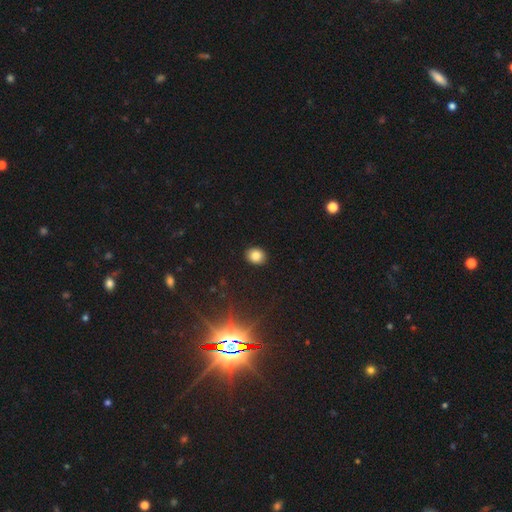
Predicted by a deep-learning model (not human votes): Smooth or featured: smooth — 82% (star or artifact — 12%)
How rounded: round — 59% (in between — 40%)
Merging: none — 91% (minor disturbance — 6%)